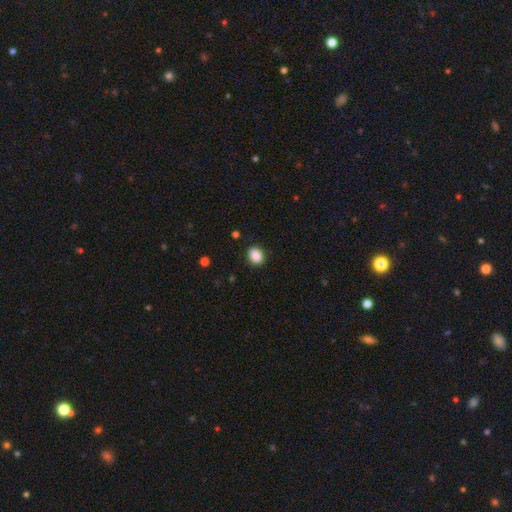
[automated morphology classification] type=smooth (88%); roundness=in between (56%); merging=none (88%).